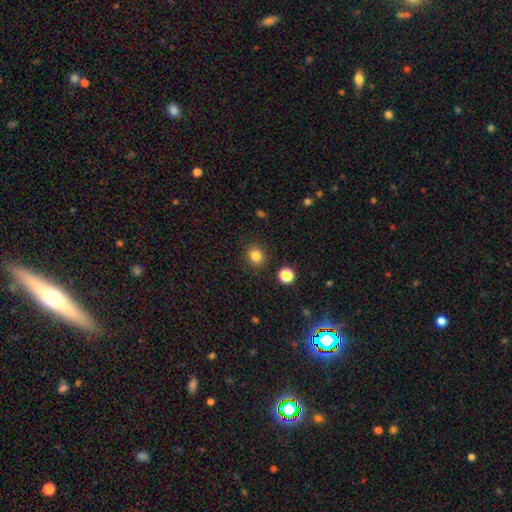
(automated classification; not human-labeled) Q: Smooth or featured?
A: smooth (83%); runner-up: star or artifact (12%)
Q: How rounded?
A: round (71%); runner-up: in between (29%)
Q: Merging?
A: none (87%); runner-up: minor disturbance (8%)